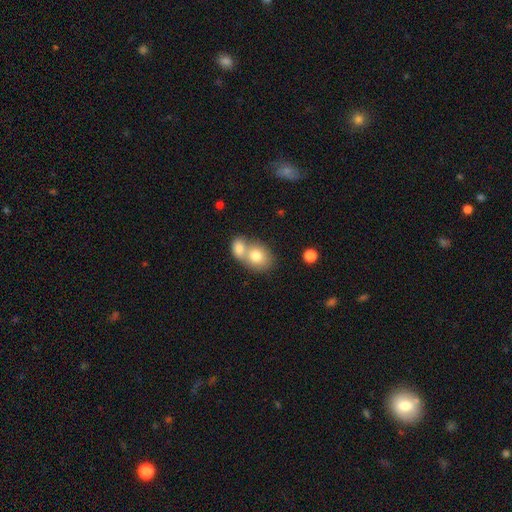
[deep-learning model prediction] A smooth galaxy with no disk features (77%) that is in between round and cigar-shaped (50%).

Vote fractions:
- Smooth or featured? smooth: 77% / featured or disk: 15% / star or artifact: 8%
- How rounded? in between: 50% / round: 49% / cigar-shaped: 1%
- Merging? merger: 63% / none: 28% / minor disturbance: 7% / major disturbance: 2%